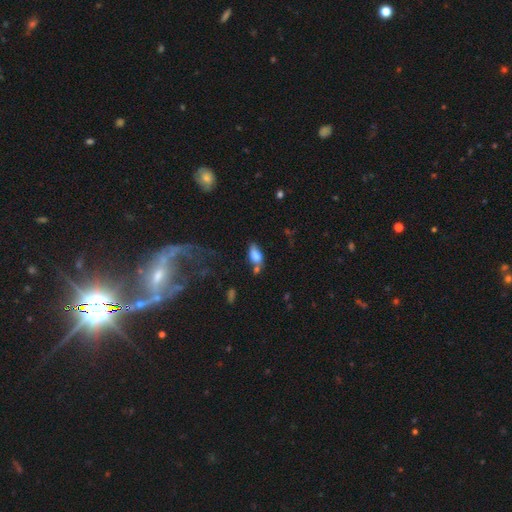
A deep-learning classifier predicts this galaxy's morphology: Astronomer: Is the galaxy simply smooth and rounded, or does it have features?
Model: smooth — 73%.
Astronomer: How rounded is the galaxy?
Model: in between — 86%.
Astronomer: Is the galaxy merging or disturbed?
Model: none — 52%.